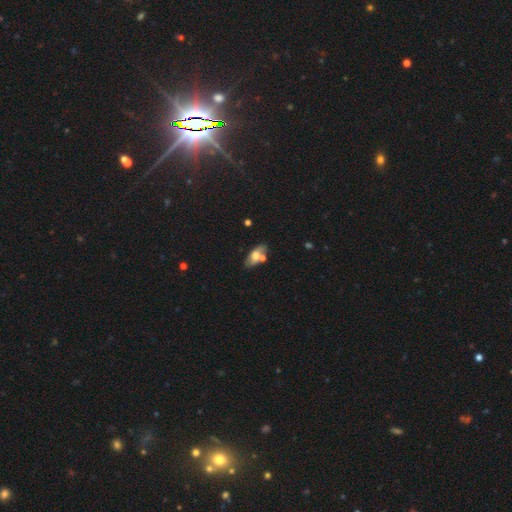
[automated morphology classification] Smooth or featured? Predicted: smooth (p=0.55). How rounded? Predicted: in between (p=0.84). Merging? Predicted: none (p=0.58).